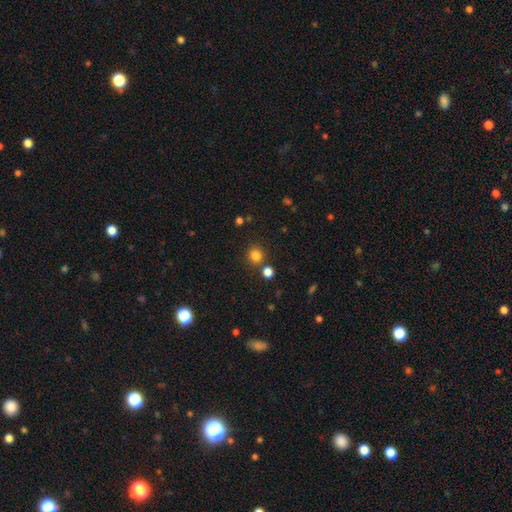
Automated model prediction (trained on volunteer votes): This is clearly a smooth galaxy (82%). How rounded: clearly round (86%). Merging: likely none (79%).